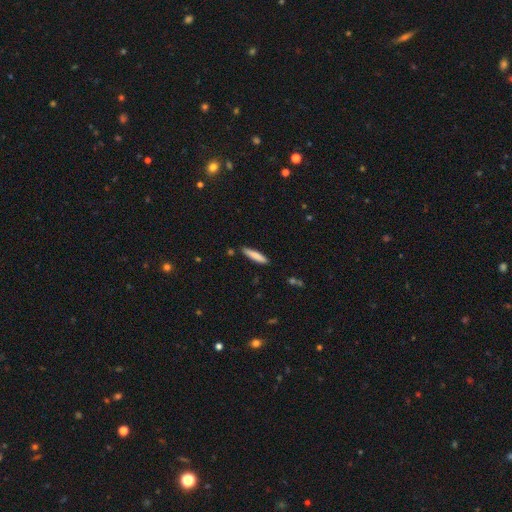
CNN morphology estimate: A smooth galaxy with no disk features (81%) that is cigar-shaped (87%). Merging: none (86%).